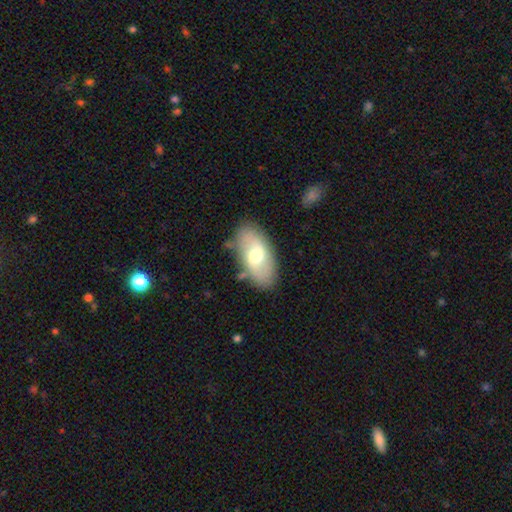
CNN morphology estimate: smooth 47% (tied), featured or disk 47% (tied), star or artifact 6%. Down the decision tree: merging — none (78%).